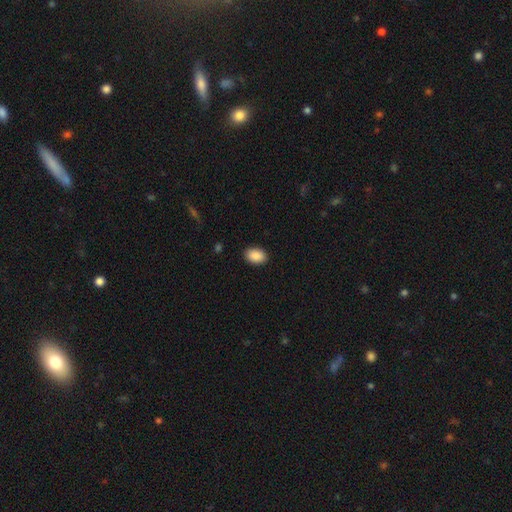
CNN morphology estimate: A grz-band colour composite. It shows a smooth galaxy with no disk features (89%) that is in between round and cigar-shaped (85%). Merging: none (90%).